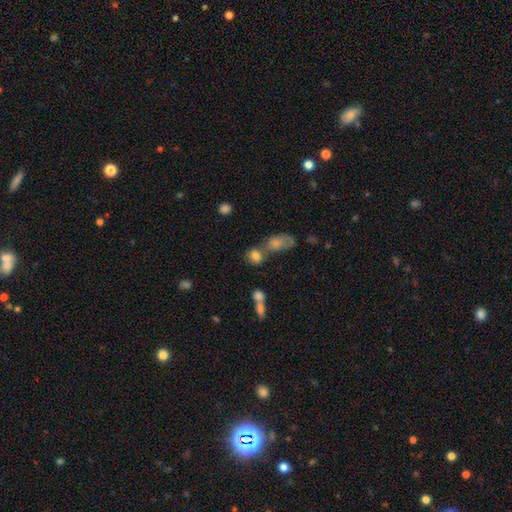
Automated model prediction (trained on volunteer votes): The model was most divided on "how rounded": in between: 50%, round: 47%, cigar-shaped: 3%. Remaining: smooth or featured — smooth (78%); merging — merger (43%).